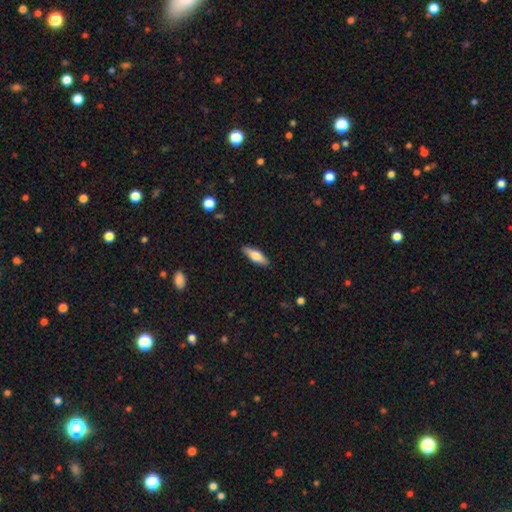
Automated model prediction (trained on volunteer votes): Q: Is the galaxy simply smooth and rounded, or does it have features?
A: smooth — 67%.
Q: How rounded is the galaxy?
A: in between — 57%.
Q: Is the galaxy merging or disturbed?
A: none — 88%.